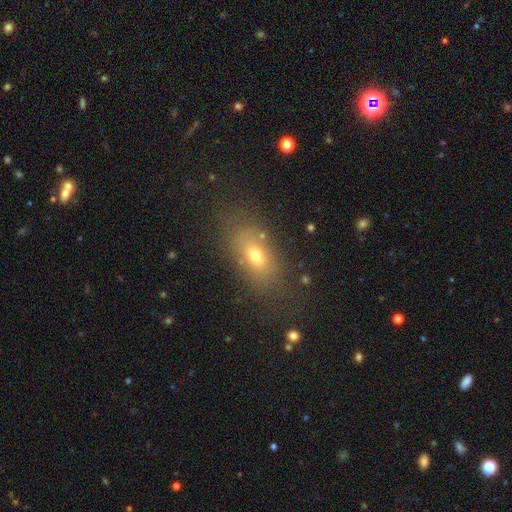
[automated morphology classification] A smooth galaxy with no disk features (67%) that is in between round and cigar-shaped (81%).

Vote fractions:
- Smooth or featured? smooth: 67% / featured or disk: 18% / star or artifact: 15%
- How rounded? in between: 81% / round: 12% / cigar-shaped: 7%
- Merging? none: 78% / minor disturbance: 13% / major disturbance: 6% / merger: 3%